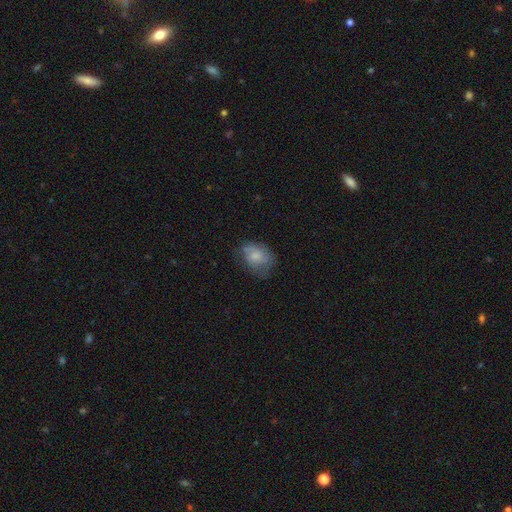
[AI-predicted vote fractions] Smooth or featured?
  - smooth: 62% *
  - featured or disk: 29%
  - star or artifact: 8%
How rounded?
  - in between: 71% *
  - round: 28%
  - cigar-shaped: 1%
Merging?
  - none: 54% *
  - minor disturbance: 29%
  - major disturbance: 15%
  - merger: 2%